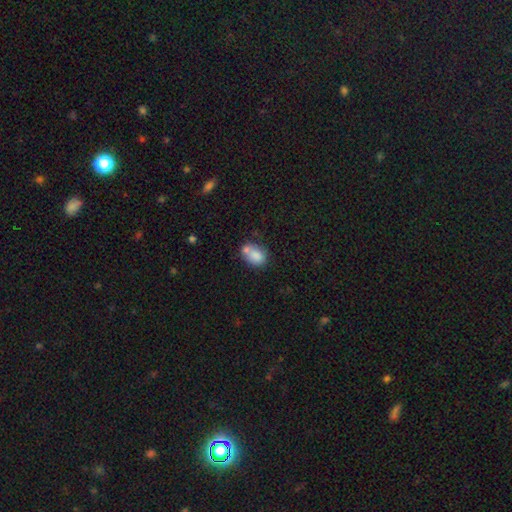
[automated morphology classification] smooth-or-featured: smooth: 78% | featured or disk: 13% | star or artifact: 9%
  how-rounded: in between: 70% | round: 29% | cigar-shaped: 1%
  merging: merger: 39% (tied) | none: 39% (tied) | minor disturbance: 16% | major disturbance: 6%